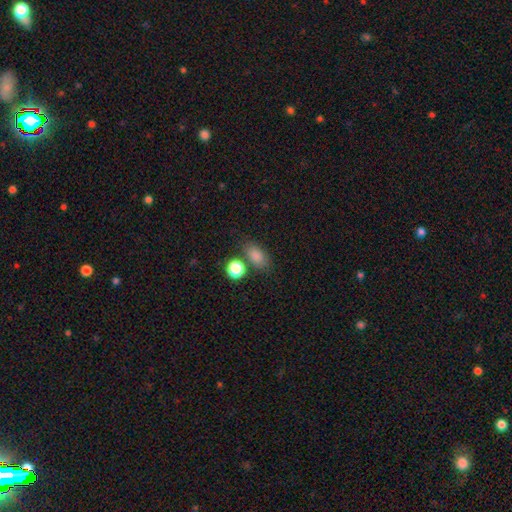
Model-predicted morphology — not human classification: A smooth galaxy with no disk features (82%) that is in between round and cigar-shaped (80%). Merging: none (71%).